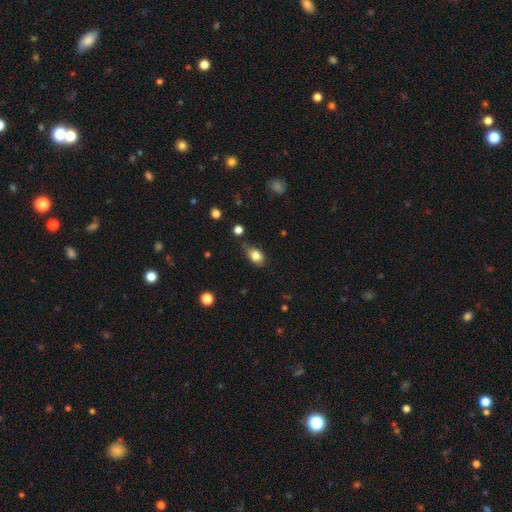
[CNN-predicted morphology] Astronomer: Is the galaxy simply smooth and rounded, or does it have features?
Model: smooth — 82%.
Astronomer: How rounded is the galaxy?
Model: in between — 80%.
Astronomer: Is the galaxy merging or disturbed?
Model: none — 72%.